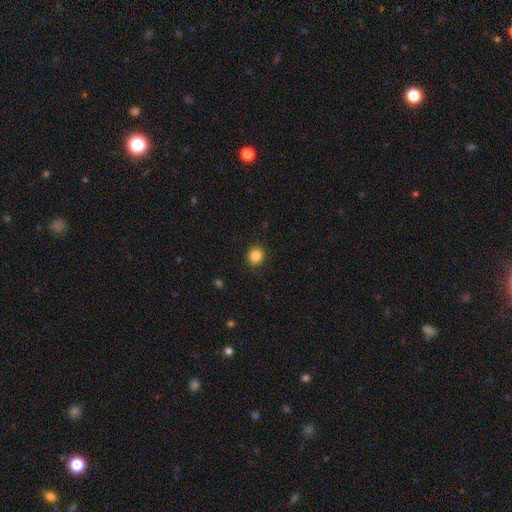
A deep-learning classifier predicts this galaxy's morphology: smooth_or_featured: smooth (p=0.85) [alt: star or artifact p=0.11]
how_rounded: round (p=0.83) [alt: in between p=0.16]
merging: none (p=0.90) [alt: minor disturbance p=0.07]